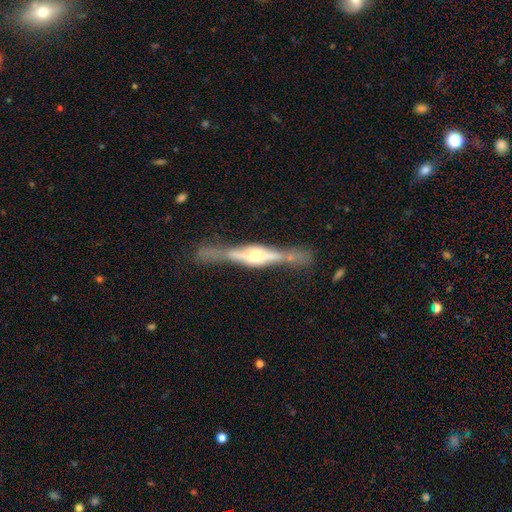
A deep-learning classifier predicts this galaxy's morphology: smooth_or_featured: featured or disk (p=0.83) [alt: smooth p=0.11]
disk_edge_on: yes (p=0.96) [alt: no p=0.04]
edge_on_bulge: rounded (p=0.78) [alt: boxy p=0.19]
merging: none (p=0.73) [alt: minor disturbance p=0.16]